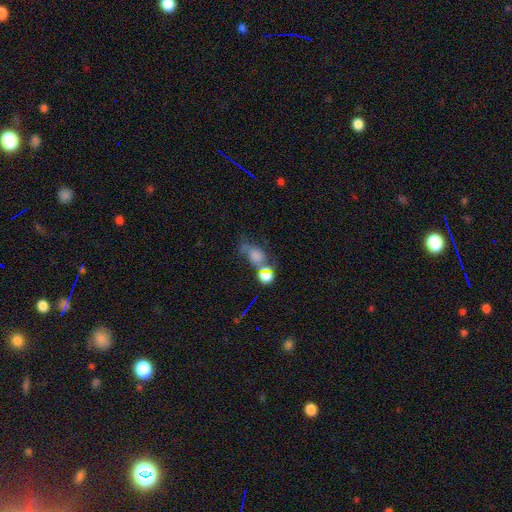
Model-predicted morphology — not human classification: Smooth or featured?
  - smooth: 42% *
  - featured or disk: 35%
  - star or artifact: 23%
Merging?
  - none: 36% *
  - merger: 25%
  - major disturbance: 20%
  - minor disturbance: 19%